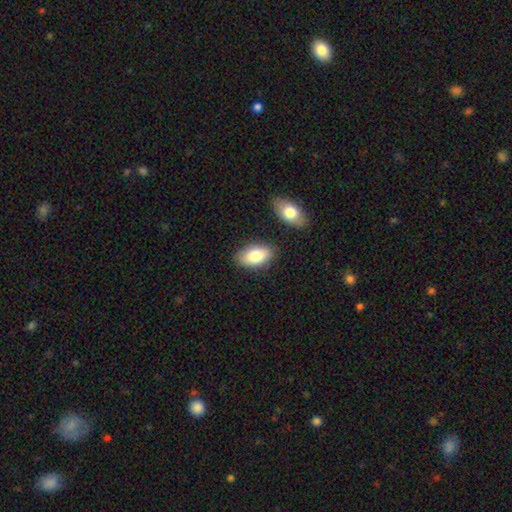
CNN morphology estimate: A smooth galaxy with no disk features (80%) that is in between round and cigar-shaped (93%). Merging: none (80%).